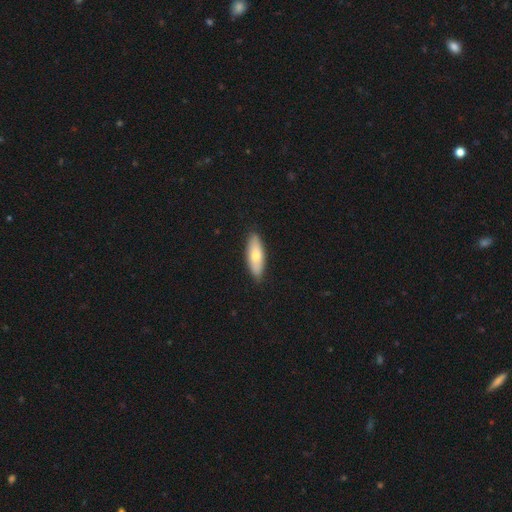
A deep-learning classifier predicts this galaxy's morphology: smooth 69%, featured or disk 25%, star or artifact 5%. Down the decision tree: how rounded — in between (66%); merging — none (88%).